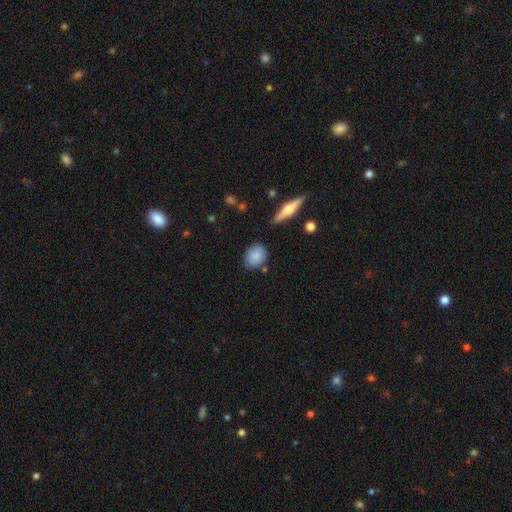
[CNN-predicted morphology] This appears to be a smooth galaxy with no disk features (81%) that is in between round and cigar-shaped (51%). Merging: none (72%).